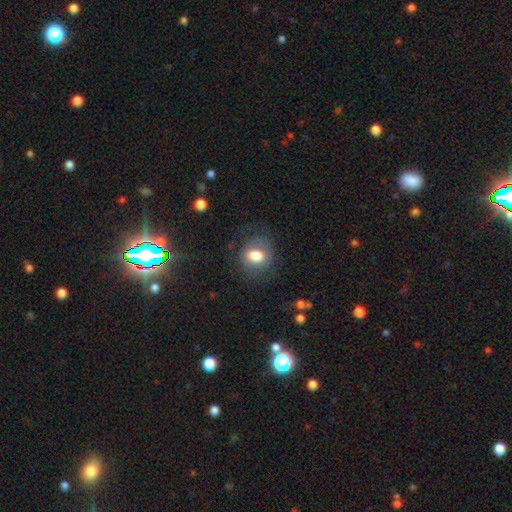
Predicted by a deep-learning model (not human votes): This is likely a smooth galaxy (74%). How rounded: possibly round (60%). Merging: likely none (67%).